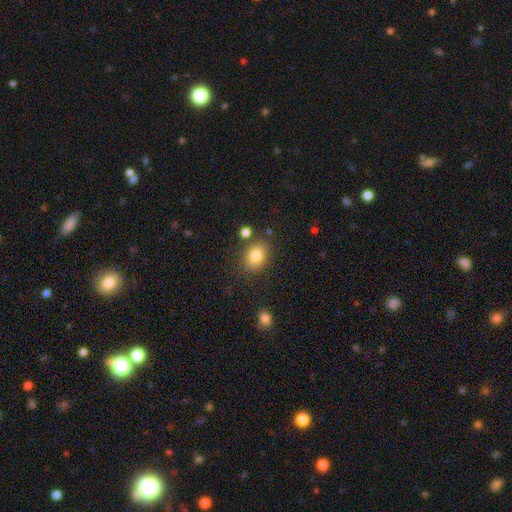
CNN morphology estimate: The model was most divided on "how rounded": in between: 60%, round: 39%, cigar-shaped: 1%. More confident: smooth or featured — smooth (82%); merging — none (79%).